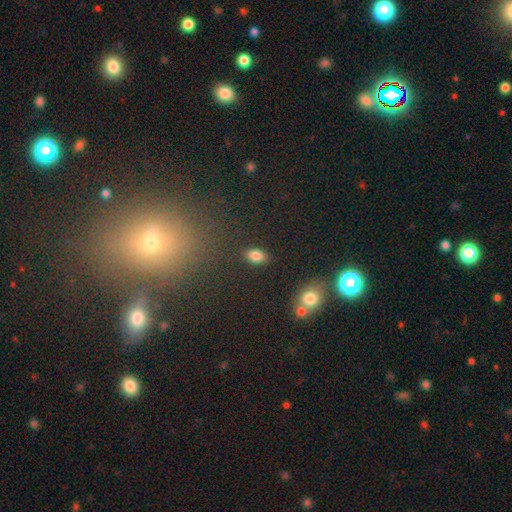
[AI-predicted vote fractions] A smooth galaxy with no disk features (83%) that is in between round and cigar-shaped (89%).

Vote fractions:
- Smooth or featured? smooth: 83% / star or artifact: 10% / featured or disk: 7%
- How rounded? in between: 89% / round: 9% / cigar-shaped: 2%
- Merging? none: 87% / minor disturbance: 9% / major disturbance: 2% / merger: 2%